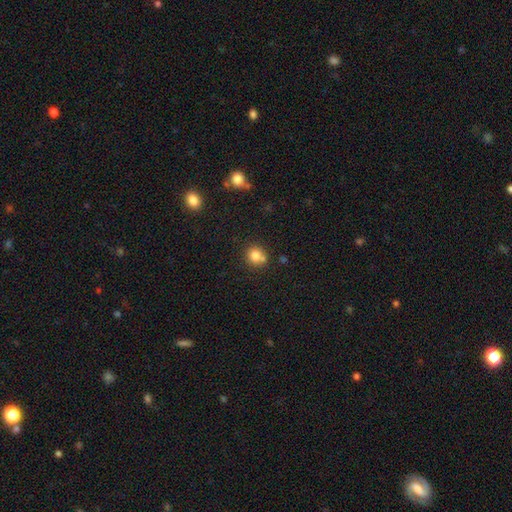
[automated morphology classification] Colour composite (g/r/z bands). It shows a smooth galaxy with no disk features (80%) that is round (85%). Merging: none (61%).